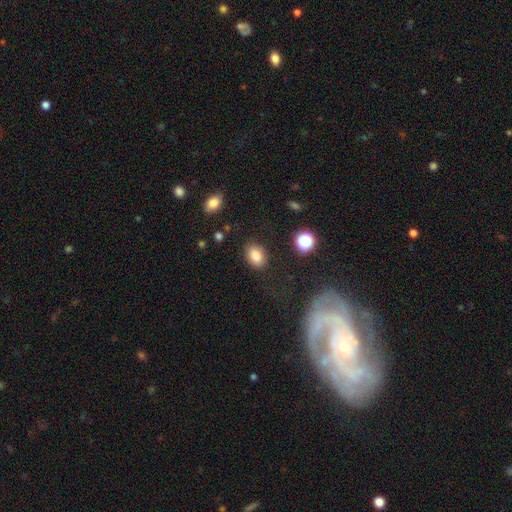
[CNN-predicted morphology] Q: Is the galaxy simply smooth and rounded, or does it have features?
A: smooth — 83%.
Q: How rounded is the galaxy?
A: in between — 78%.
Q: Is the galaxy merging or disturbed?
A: none — 84%.